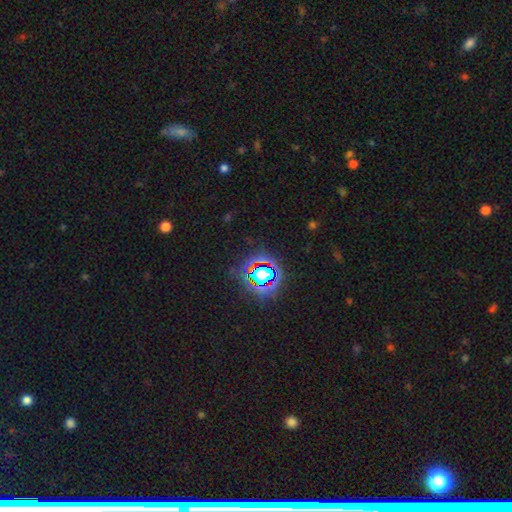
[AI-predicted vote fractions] Smooth or featured?
  - star or artifact: 79% *
  - smooth: 13%
  - featured or disk: 8%